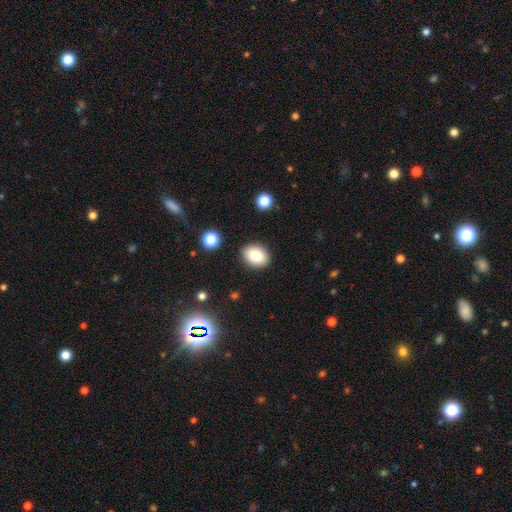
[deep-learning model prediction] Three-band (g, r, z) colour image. It shows a smooth galaxy with no disk features (83%) that is in between round and cigar-shaped (64%). Merging: none (88%).